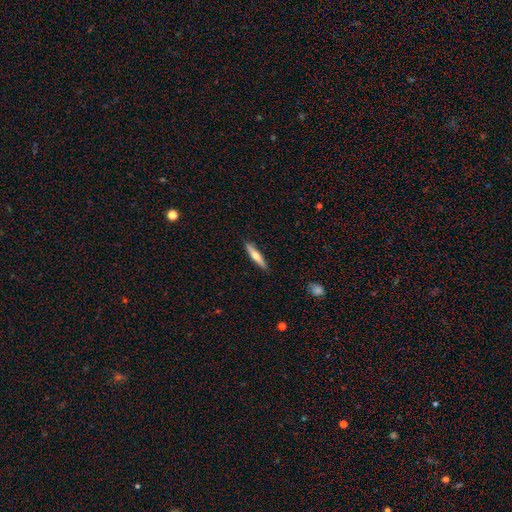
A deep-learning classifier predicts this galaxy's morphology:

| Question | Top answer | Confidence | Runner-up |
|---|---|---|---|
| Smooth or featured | smooth | 53% | featured or disk (41%) |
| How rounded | cigar-shaped | 86% | in between (12%) |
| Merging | none | 89% | minor disturbance (8%) |